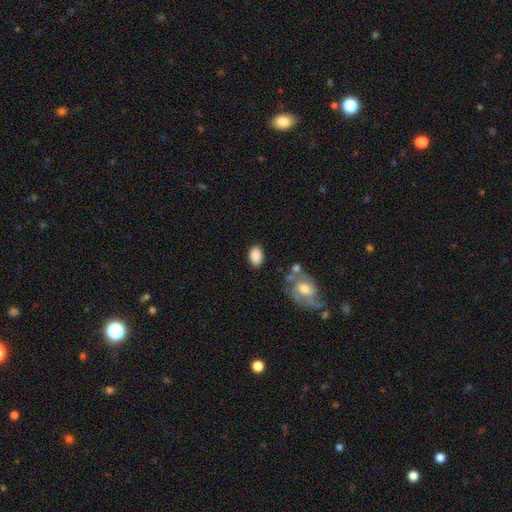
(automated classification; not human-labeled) Smooth or featured: smooth — 87% (star or artifact — 7%)
How rounded: in between — 82% (round — 16%)
Merging: none — 79% (minor disturbance — 13%)